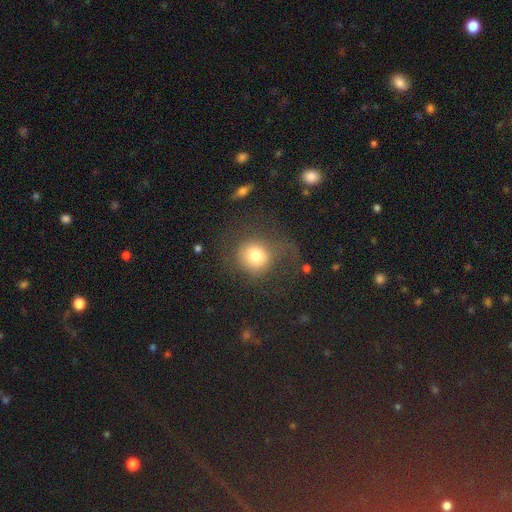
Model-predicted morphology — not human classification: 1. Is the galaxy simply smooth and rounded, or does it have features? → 73% smooth, 16% featured or disk, 11% star or artifact.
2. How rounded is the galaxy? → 82% round, 17% in between, 1% cigar-shaped.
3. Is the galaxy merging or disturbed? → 50% none, 30% major disturbance, 17% minor disturbance, 2% merger.